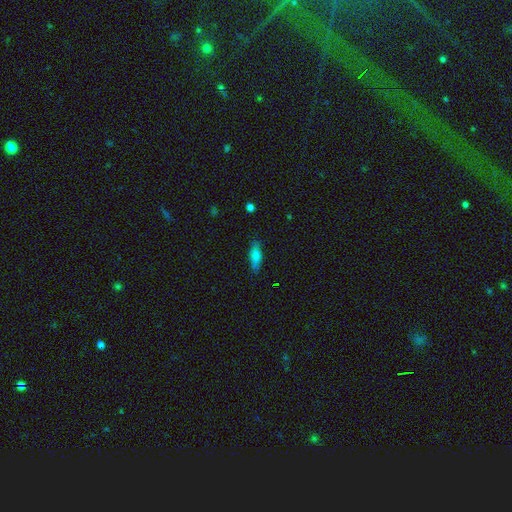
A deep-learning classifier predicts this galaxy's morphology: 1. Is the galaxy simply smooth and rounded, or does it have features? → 77% smooth, 14% featured or disk, 9% star or artifact.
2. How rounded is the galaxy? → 57% in between, 41% cigar-shaped, 3% round.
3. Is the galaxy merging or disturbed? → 74% none, 19% minor disturbance, 5% major disturbance, 2% merger.